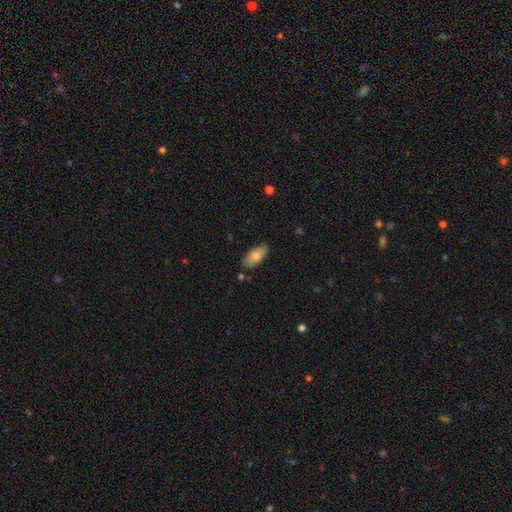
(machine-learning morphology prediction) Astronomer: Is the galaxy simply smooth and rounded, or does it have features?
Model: smooth — 73%.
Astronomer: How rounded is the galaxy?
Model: in between — 91%.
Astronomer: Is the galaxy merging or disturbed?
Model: none — 84%.